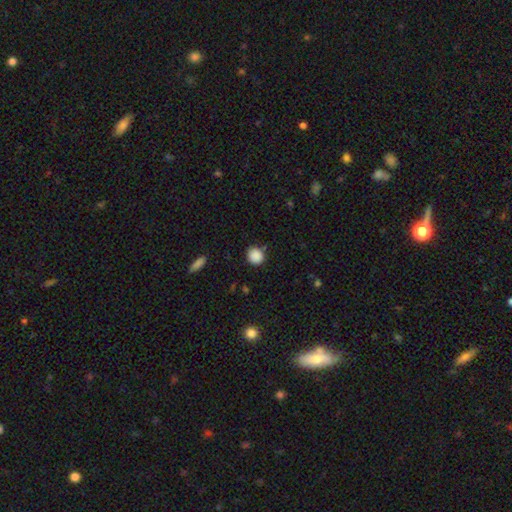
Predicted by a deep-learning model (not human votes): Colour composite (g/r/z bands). It shows a smooth galaxy with no disk features (88%) that is round (82%). Merging: none (84%).